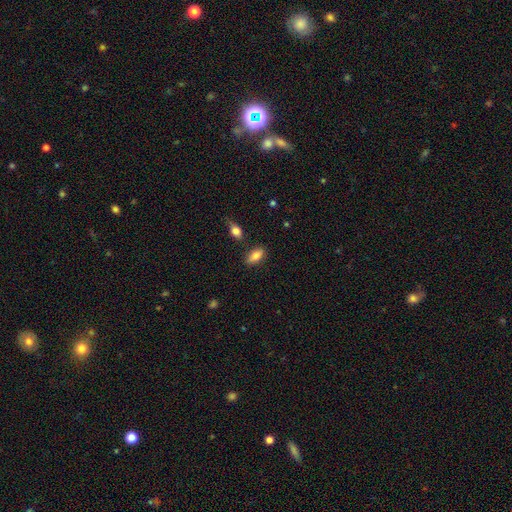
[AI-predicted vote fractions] The model was most divided on "merging": none: 81%, minor disturbance: 12%, merger: 4%, major disturbance: 3%. More confident: how rounded — in between (89%); smooth or featured — smooth (82%).